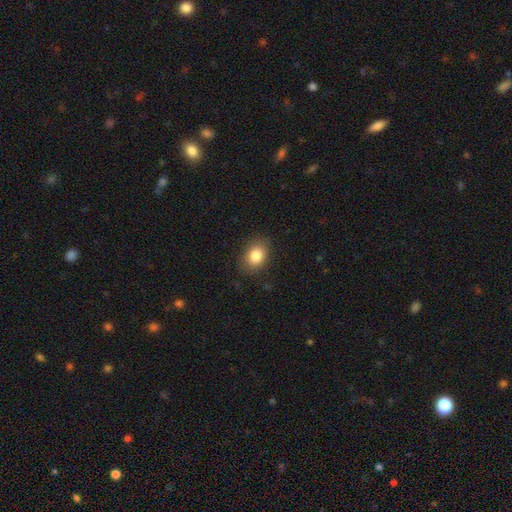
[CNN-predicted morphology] This appears to be a smooth galaxy with no disk features (84%) that is in between round and cigar-shaped (69%). Merging: none (83%).